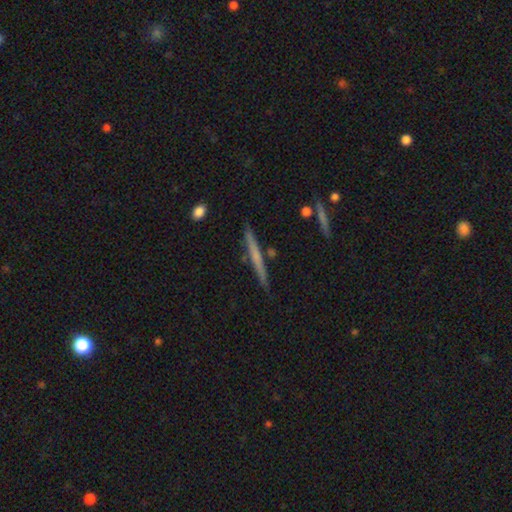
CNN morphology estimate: This is possibly a featured or disk galaxy (48%). Merging: clearly none (87%).